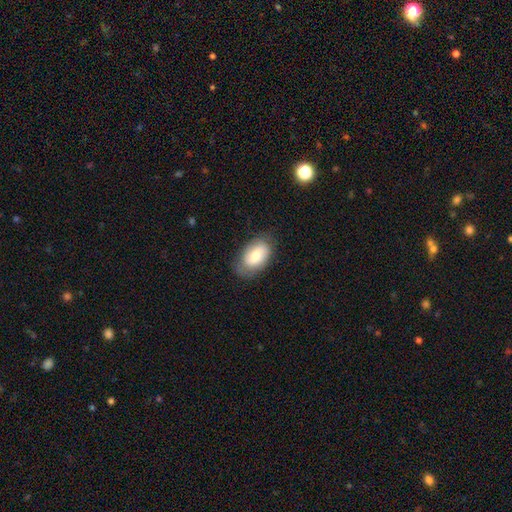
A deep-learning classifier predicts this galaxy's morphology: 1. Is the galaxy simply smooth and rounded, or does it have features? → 63% smooth, 30% featured or disk, 7% star or artifact.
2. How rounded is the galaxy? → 91% in between, 7% round, 2% cigar-shaped.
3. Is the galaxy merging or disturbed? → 74% none, 19% minor disturbance, 5% major disturbance, 1% merger.